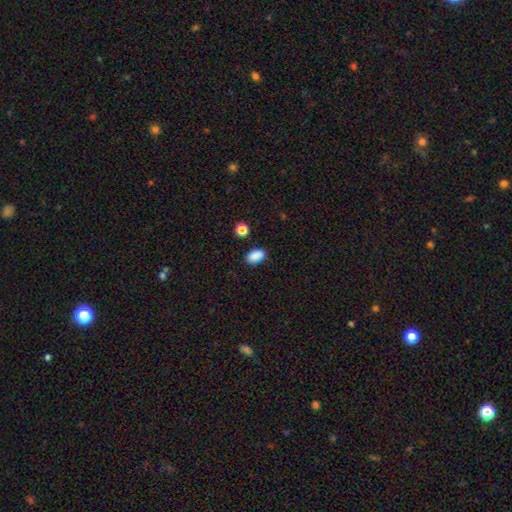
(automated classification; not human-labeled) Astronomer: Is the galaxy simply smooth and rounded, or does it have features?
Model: smooth — 88%.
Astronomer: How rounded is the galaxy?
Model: in between — 89%.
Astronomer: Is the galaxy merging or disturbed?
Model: none — 85%.